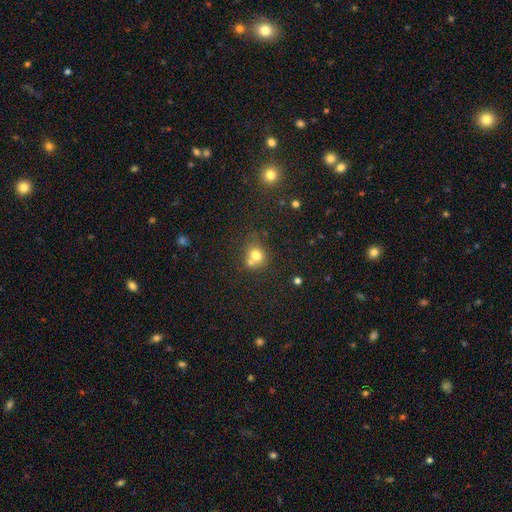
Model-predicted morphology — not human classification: Overall: smooth (73%). How rounded: round (74%). Merging: none (46%; merger 38%).